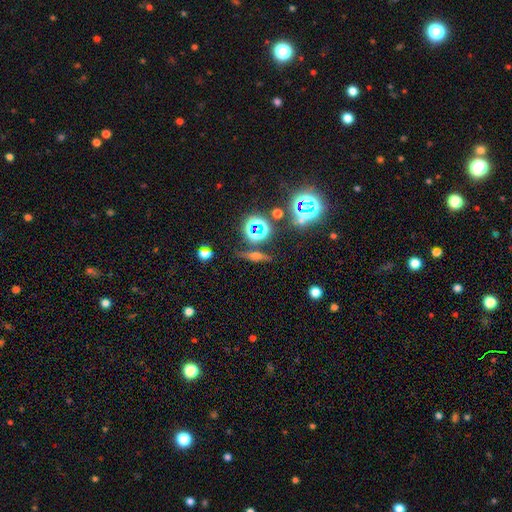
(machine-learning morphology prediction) A featured or disk galaxy (37%). Merging: none (78%).